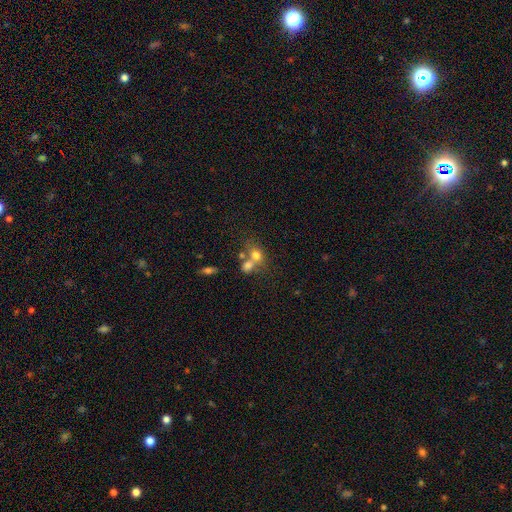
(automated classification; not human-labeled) Morphology: type=smooth (71%); roundness=round (57%); merging=merger (54%).